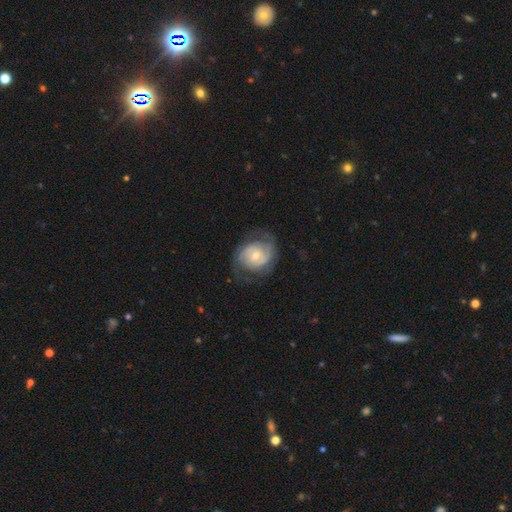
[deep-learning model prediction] This appears to be a featured or disk galaxy (76%) with no bar (63%), 2 (69%) tight (45%) spiral arms (89%) and a small central bulge (50%). Merging: none (66%).